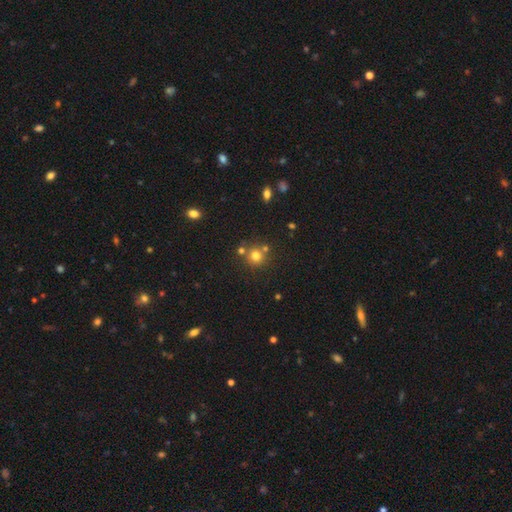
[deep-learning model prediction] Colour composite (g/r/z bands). It shows a smooth galaxy with no disk features (74%) that is round (91%). Merging: none (69%).